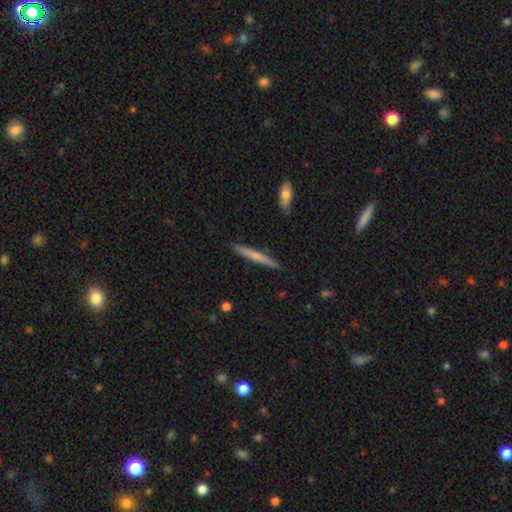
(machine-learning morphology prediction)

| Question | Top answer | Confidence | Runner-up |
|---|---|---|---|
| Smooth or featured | smooth | 58% | featured or disk (37%) |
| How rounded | cigar-shaped | 96% | in between (3%) |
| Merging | none | 90% | minor disturbance (7%) |